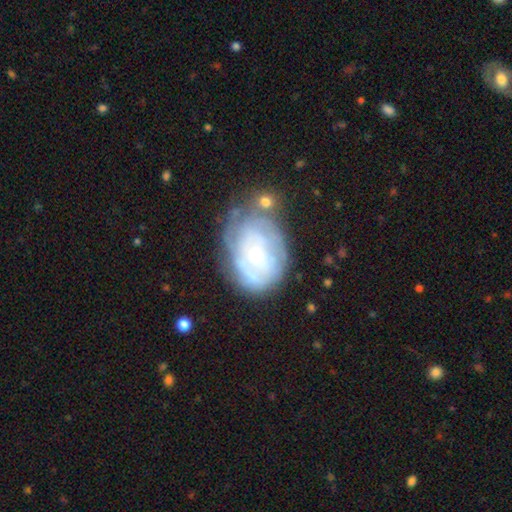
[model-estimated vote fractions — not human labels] Q: Smooth or featured?
A: featured or disk (70%); runner-up: smooth (23%)
Q: Edge-on disk?
A: no (97%); runner-up: yes (3%)
Q: Bar?
A: no (76%); runner-up: weak (20%)
Q: Spiral arms?
A: yes (69%); runner-up: no (31%)
Q: Bulge size?
A: small (64%); runner-up: moderate (30%)
Q: Merging?
A: none (51%); runner-up: minor disturbance (26%)